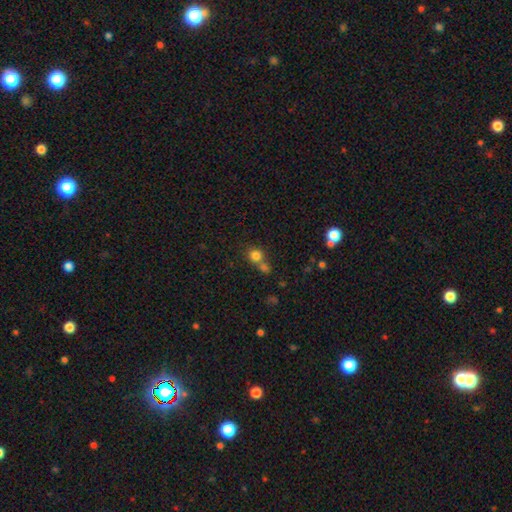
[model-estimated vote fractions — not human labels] smooth_or_featured: smooth (p=0.79) [alt: star or artifact p=0.13]
how_rounded: round (p=0.85) [alt: in between p=0.14]
merging: none (p=0.47) [alt: merger p=0.42]